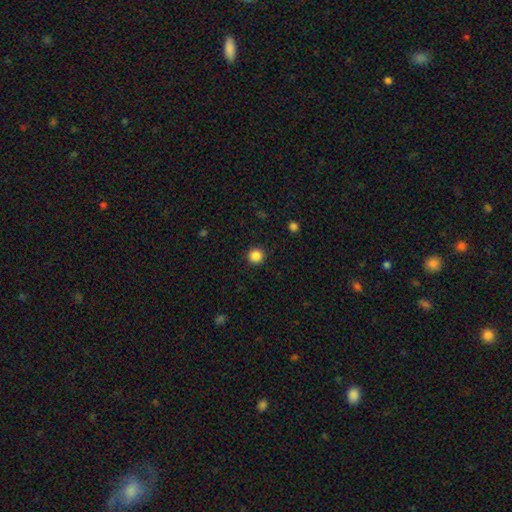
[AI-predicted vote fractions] smooth-or-featured: smooth: 86% | star or artifact: 11% | featured or disk: 3%
  how-rounded: round: 95% | in between: 4% | cigar-shaped: 1%
  merging: none: 92% | minor disturbance: 5% | major disturbance: 2% | merger: 1%